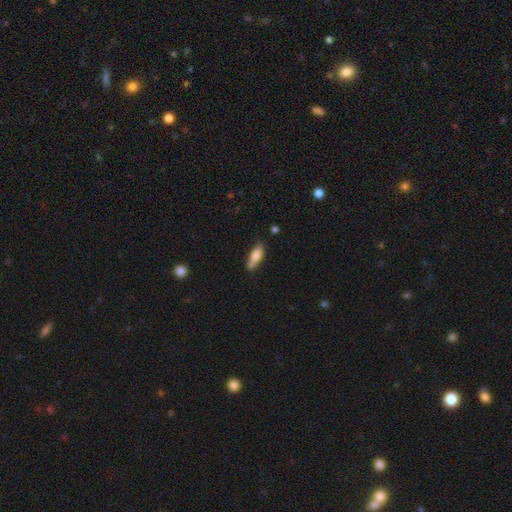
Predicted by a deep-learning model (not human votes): smooth_or_featured: smooth (p=0.74) [alt: featured or disk p=0.19]
how_rounded: in between (p=0.54) [alt: cigar-shaped p=0.44]
merging: none (p=0.61) [alt: minor disturbance p=0.24]